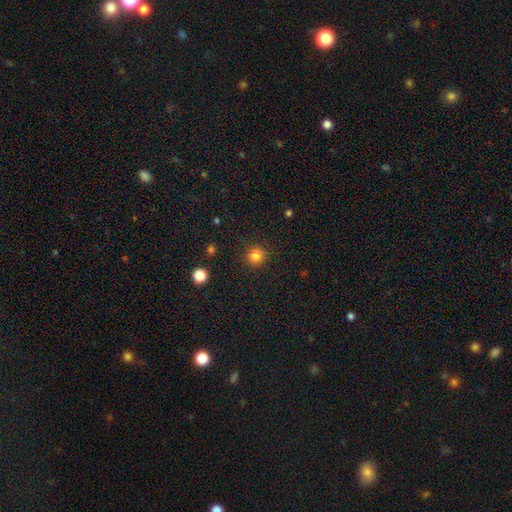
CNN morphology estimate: Q: Smooth or featured?
A: smooth (83%); runner-up: star or artifact (13%)
Q: How rounded?
A: round (94%); runner-up: in between (5%)
Q: Merging?
A: none (91%); runner-up: minor disturbance (6%)